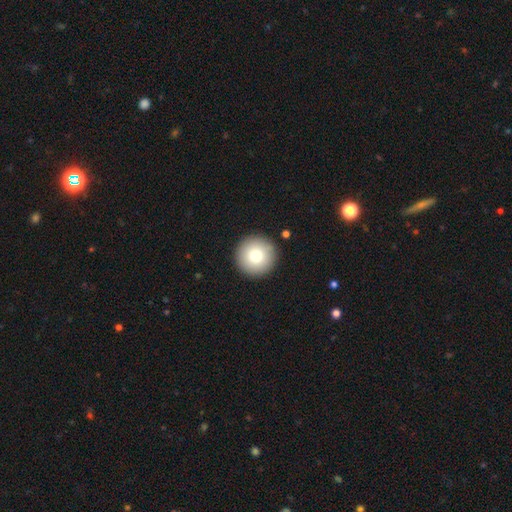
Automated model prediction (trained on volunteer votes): smooth-or-featured: smooth: 78% | featured or disk: 12% | star or artifact: 10%
  how-rounded: round: 97% | in between: 3% | cigar-shaped: 1%
  merging: none: 92% | minor disturbance: 5% | major disturbance: 2% | merger: 1%